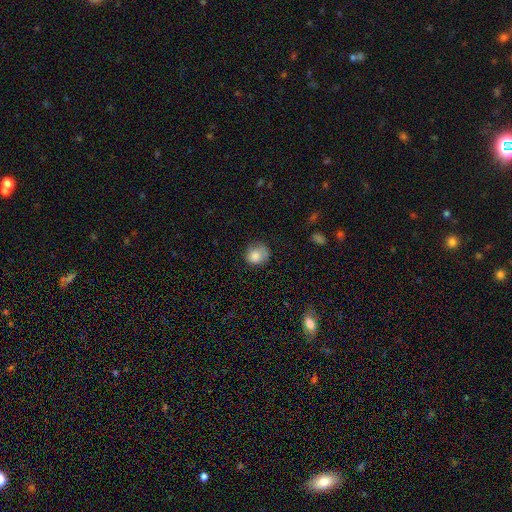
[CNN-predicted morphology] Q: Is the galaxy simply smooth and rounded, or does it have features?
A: smooth — 83%.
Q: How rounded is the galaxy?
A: round — 76%.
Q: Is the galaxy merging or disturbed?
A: none — 56%.